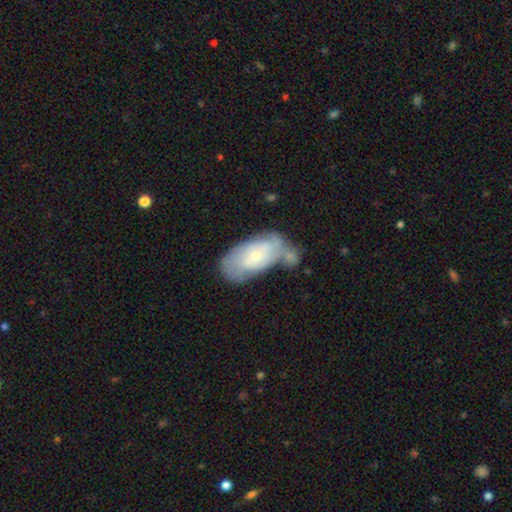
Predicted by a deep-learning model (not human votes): Smooth or featured? featured or disk (53%)
Edge-on disk? no (93%)
Merging? none (34%)